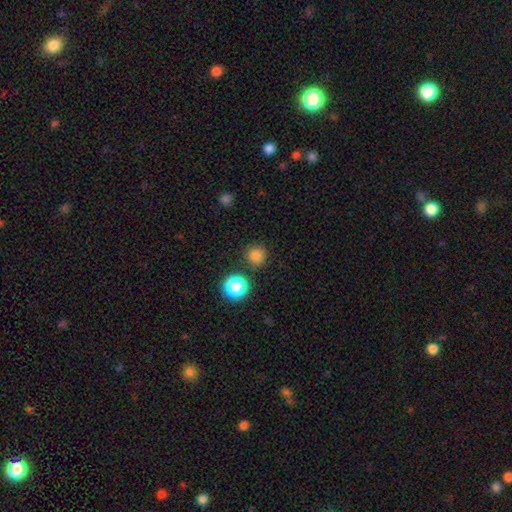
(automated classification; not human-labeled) A smooth galaxy with no disk features (78%) that is round (94%).

Vote fractions:
- Smooth or featured? smooth: 78% / star or artifact: 17% / featured or disk: 4%
- How rounded? round: 94% / in between: 5% / cigar-shaped: 1%
- Merging? none: 86% / minor disturbance: 8% / merger: 4% / major disturbance: 3%